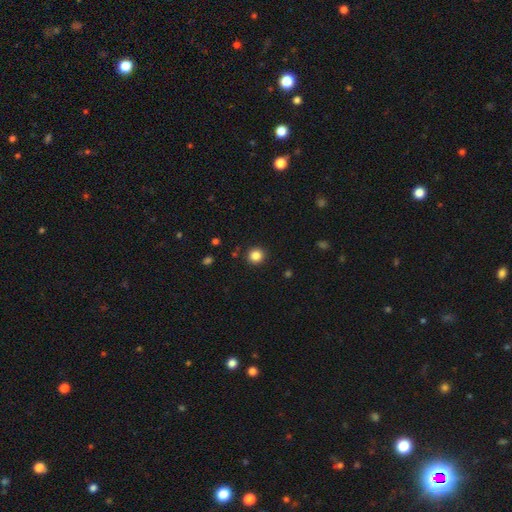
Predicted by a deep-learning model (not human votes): This is clearly a smooth galaxy (85%). How rounded: clearly round (93%). Merging: clearly none (91%).